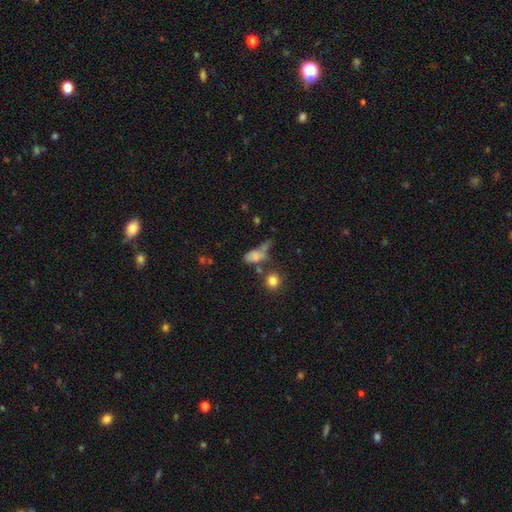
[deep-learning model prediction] Morphology: type=smooth (70%); roundness=in between (73%); merging=none (34%).